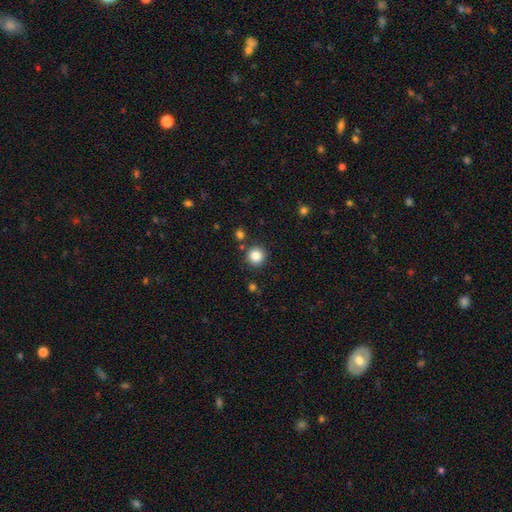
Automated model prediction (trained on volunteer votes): Smooth or featured?
  - smooth: 85% *
  - star or artifact: 11%
  - featured or disk: 5%
How rounded?
  - round: 94% *
  - in between: 5%
  - cigar-shaped: 1%
Merging?
  - none: 88% *
  - minor disturbance: 6%
  - merger: 4%
  - major disturbance: 2%